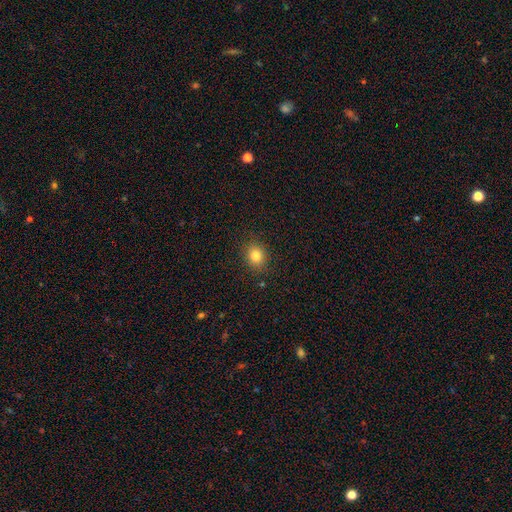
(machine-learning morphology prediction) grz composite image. It shows a smooth galaxy with no disk features (82%) that is round (62%). Merging: none (87%).